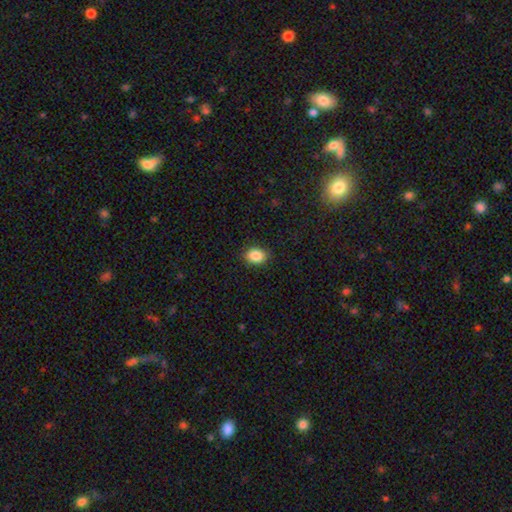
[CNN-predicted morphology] smooth 87%, star or artifact 8%, featured or disk 4%. Down the decision tree: how rounded — in between (69%); merging — none (89%).